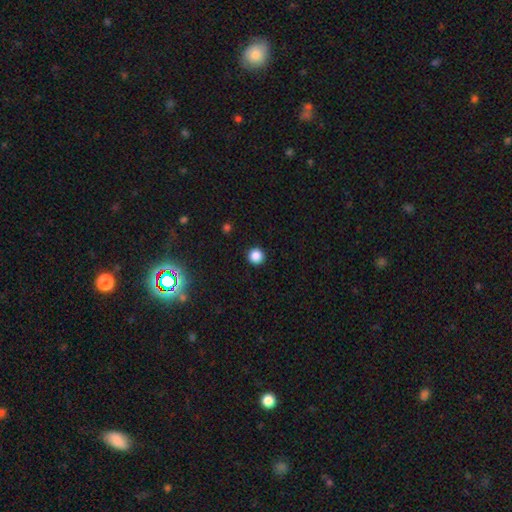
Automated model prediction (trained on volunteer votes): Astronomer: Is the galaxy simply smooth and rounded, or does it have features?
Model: smooth — 86%.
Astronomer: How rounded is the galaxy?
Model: round — 96%.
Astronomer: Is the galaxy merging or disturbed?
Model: none — 93%.